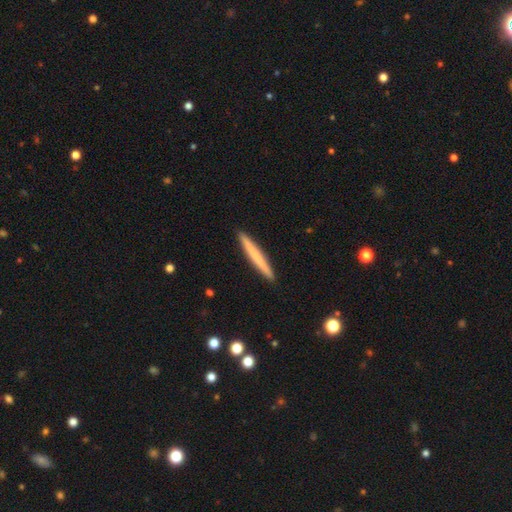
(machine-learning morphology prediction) Overall: smooth (64%; featured or disk 30%). How rounded: cigar-shaped (97%). Merging: none (93%).